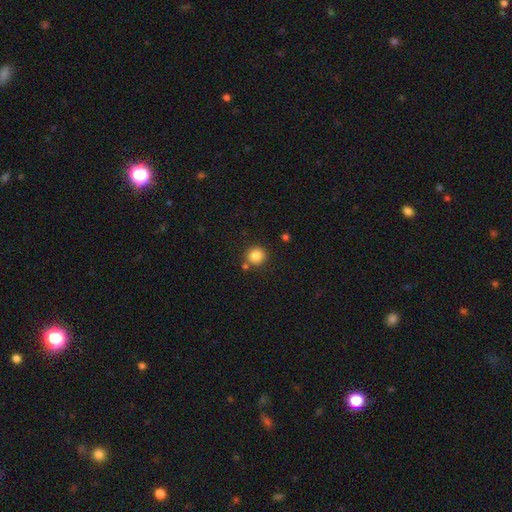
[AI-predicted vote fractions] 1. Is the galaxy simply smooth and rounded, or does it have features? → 85% smooth, 10% star or artifact, 4% featured or disk.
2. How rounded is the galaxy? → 91% round, 8% in between, 1% cigar-shaped.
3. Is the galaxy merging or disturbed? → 79% none, 9% merger, 9% minor disturbance, 3% major disturbance.